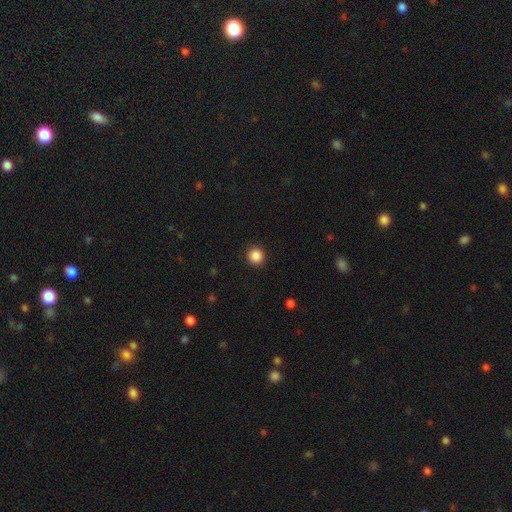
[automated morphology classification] A smooth galaxy with no disk features (87%) that is round (94%).

Vote fractions:
- Smooth or featured? smooth: 87% / star or artifact: 10% / featured or disk: 3%
- How rounded? round: 94% / in between: 5% / cigar-shaped: 1%
- Merging? none: 93% / minor disturbance: 5% / major disturbance: 2% / merger: 1%